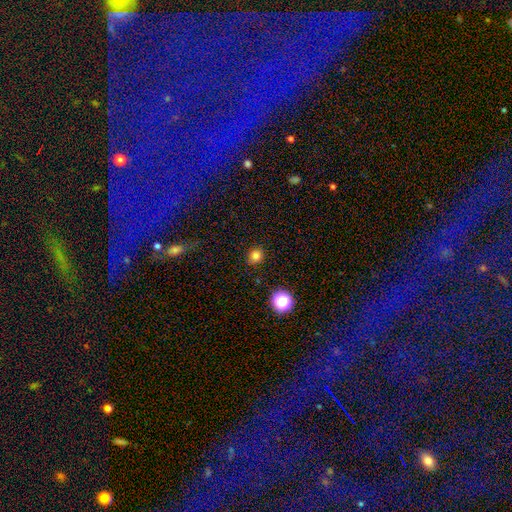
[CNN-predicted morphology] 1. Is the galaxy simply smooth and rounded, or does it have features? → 80% smooth, 15% star or artifact, 5% featured or disk.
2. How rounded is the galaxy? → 88% round, 11% in between, 1% cigar-shaped.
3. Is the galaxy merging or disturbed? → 87% none, 10% minor disturbance, 3% major disturbance, 1% merger.